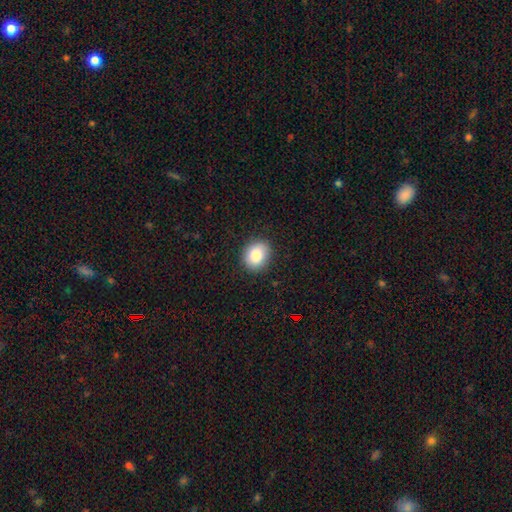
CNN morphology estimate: Smooth or featured: smooth — 85% (star or artifact — 8%)
How rounded: round — 59% (in between — 40%)
Merging: none — 87% (minor disturbance — 9%)